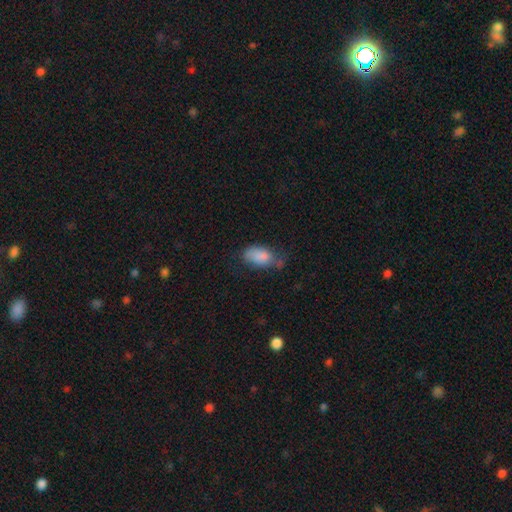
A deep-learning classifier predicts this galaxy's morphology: This appears to be a smooth galaxy with no disk features (74%) that is in between round and cigar-shaped (90%). Merging: none (55%).